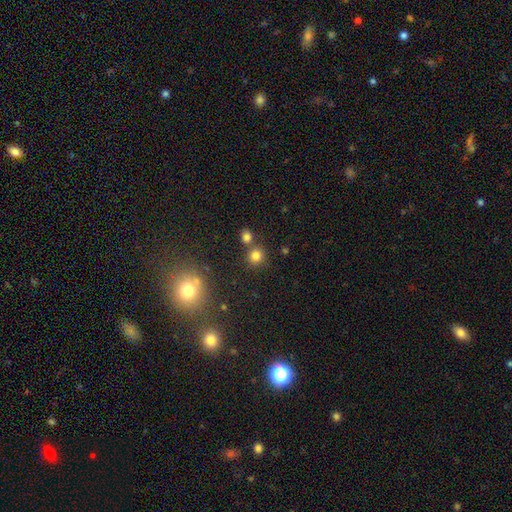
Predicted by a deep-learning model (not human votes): smooth-or-featured: smooth: 78% | star or artifact: 15% | featured or disk: 6%
  how-rounded: round: 88% | in between: 11% | cigar-shaped: 1%
  merging: none: 70% | merger: 20% | minor disturbance: 8% | major disturbance: 3%